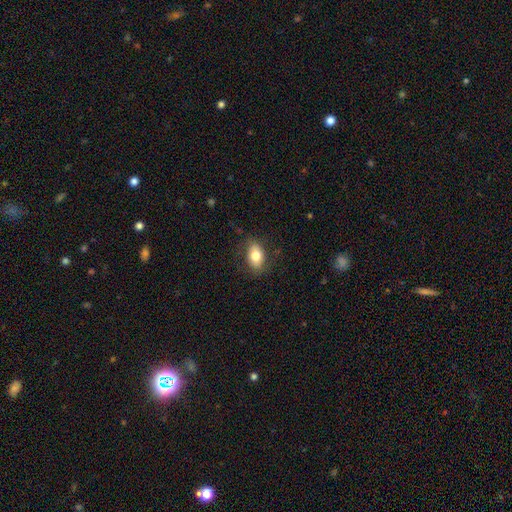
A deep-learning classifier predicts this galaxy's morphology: Q: Smooth or featured?
A: smooth (78%); runner-up: featured or disk (14%)
Q: How rounded?
A: in between (86%); runner-up: round (11%)
Q: Merging?
A: none (81%); runner-up: minor disturbance (14%)